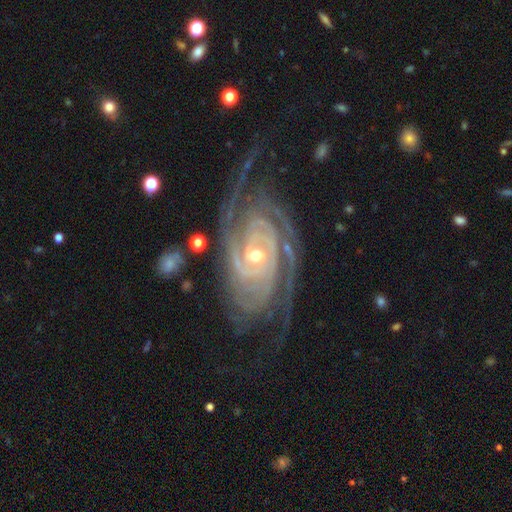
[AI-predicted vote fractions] A featured or disk galaxy (93%) with no bar (59%), 2 (31%) tight (80%) spiral arms (99%) and a small central bulge (52%). Merging: none (70%).